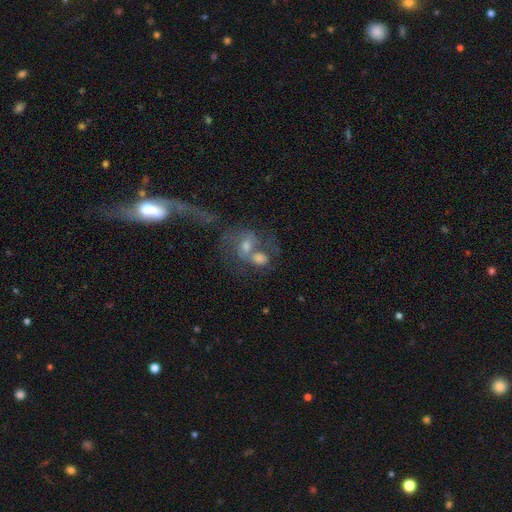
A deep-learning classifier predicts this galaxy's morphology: This appears to be a featured or disk galaxy (55%) with no bar (66%), spiral arms (64%) and a moderate central bulge (52%). Merging: merger (64%).